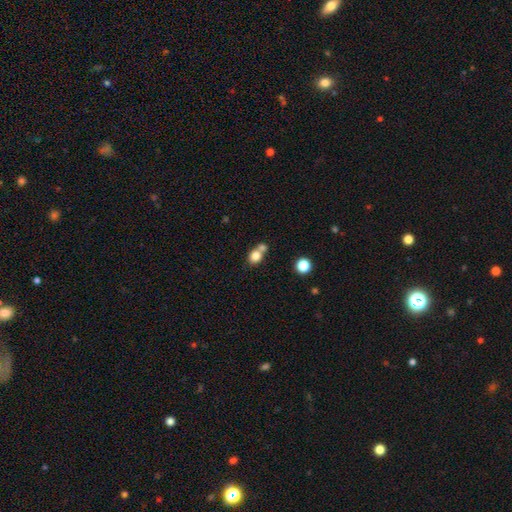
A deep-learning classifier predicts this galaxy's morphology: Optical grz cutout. It shows a smooth galaxy with no disk features (80%) that is round (63%). Merging: merger (47%).